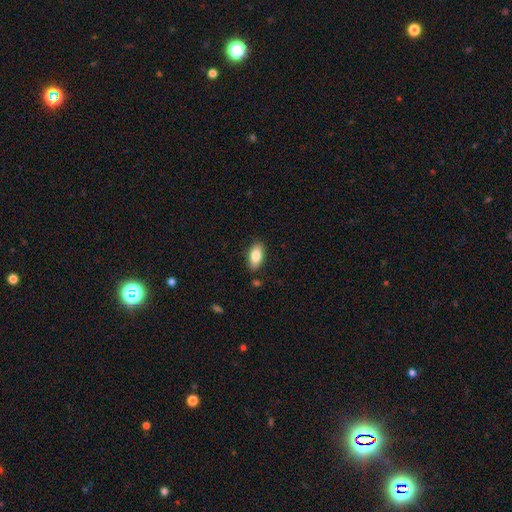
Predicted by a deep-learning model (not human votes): This is clearly a smooth galaxy (84%). How rounded: clearly in between (91%). Merging: clearly none (85%).